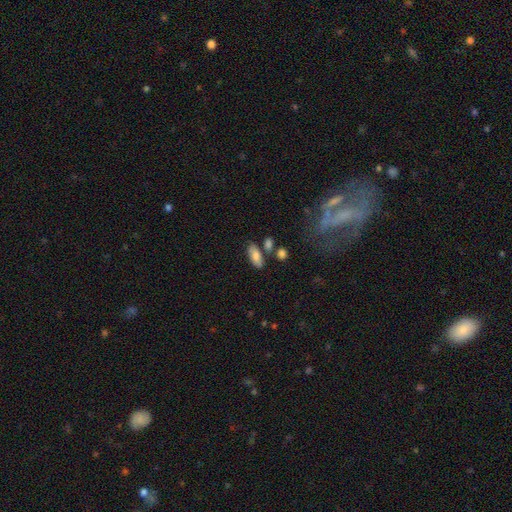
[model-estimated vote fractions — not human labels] The model was most divided on "merging": none: 70%, minor disturbance: 15%, merger: 10%, major disturbance: 4%. More confident: how rounded — in between (84%); smooth or featured — smooth (75%).